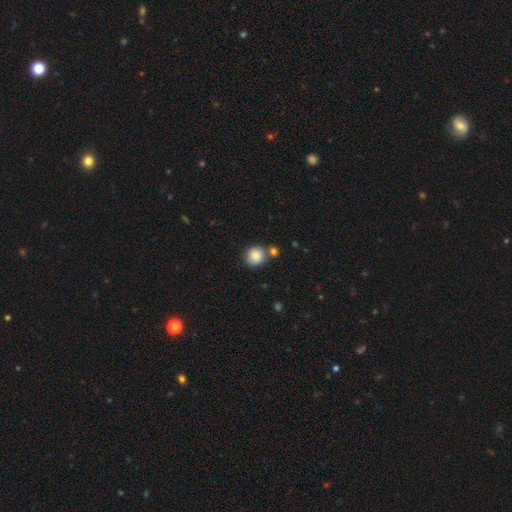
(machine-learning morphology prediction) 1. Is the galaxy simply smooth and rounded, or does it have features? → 85% smooth, 8% star or artifact, 6% featured or disk.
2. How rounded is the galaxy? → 84% round, 15% in between, 1% cigar-shaped.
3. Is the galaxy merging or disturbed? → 65% none, 18% merger, 13% minor disturbance, 4% major disturbance.